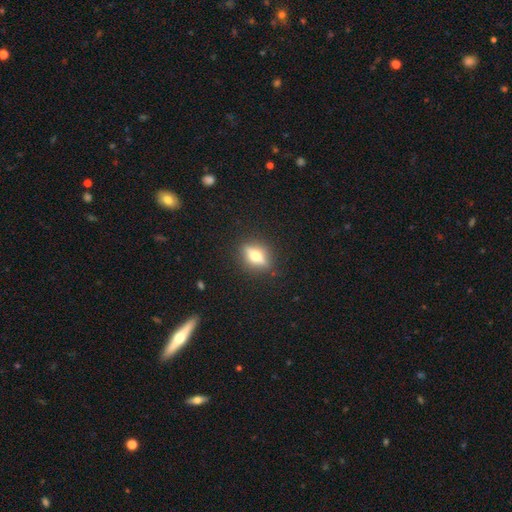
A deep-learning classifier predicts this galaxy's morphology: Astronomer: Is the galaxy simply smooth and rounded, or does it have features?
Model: featured or disk — 56% (runner-up: smooth, 36%).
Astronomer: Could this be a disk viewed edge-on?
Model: yes — 82%.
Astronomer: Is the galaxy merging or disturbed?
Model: none — 86%.